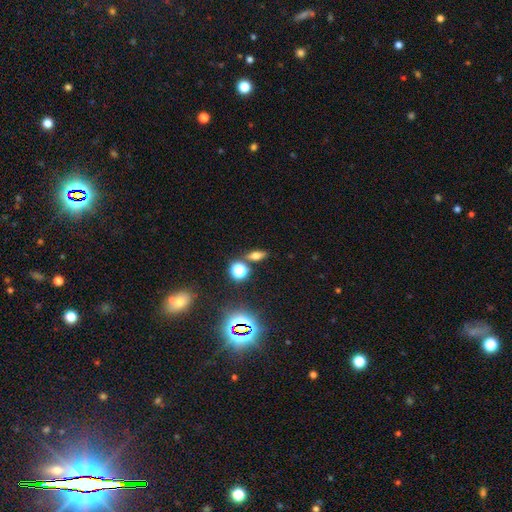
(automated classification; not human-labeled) This is possibly a smooth galaxy (56%). How rounded: likely in between (63%). Merging: likely none (78%).